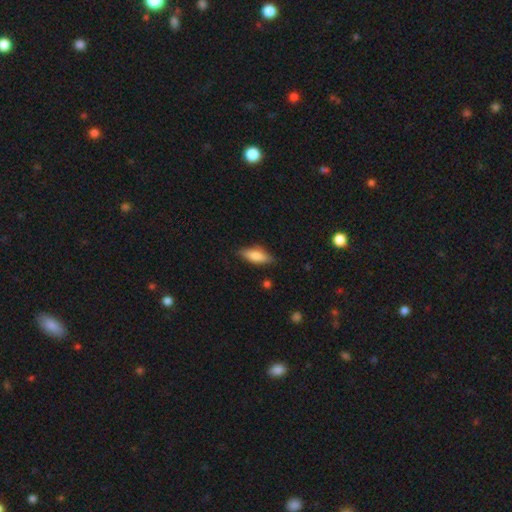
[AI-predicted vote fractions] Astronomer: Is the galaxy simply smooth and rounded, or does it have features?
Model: smooth — 72%.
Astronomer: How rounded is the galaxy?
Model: in between — 61% (runner-up: cigar-shaped, 37%).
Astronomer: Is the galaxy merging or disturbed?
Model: none — 82%.